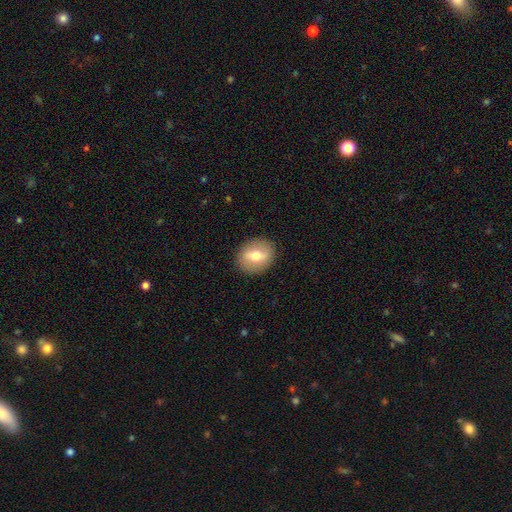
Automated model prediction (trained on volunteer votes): The model was most divided on "smooth or featured": smooth: 57%, featured or disk: 36%, star or artifact: 7%. More confident: merging — none (88%); how rounded — round (62%).